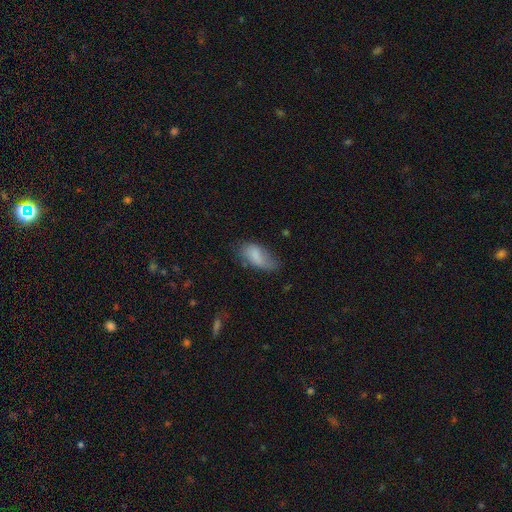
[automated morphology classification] Q: Smooth or featured?
A: smooth (75%); runner-up: featured or disk (17%)
Q: How rounded?
A: in between (92%); runner-up: cigar-shaped (5%)
Q: Merging?
A: none (46%); runner-up: minor disturbance (34%)